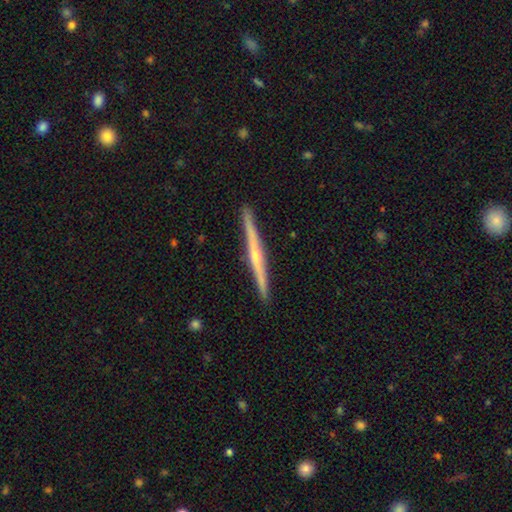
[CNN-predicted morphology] A featured or disk galaxy (78%) viewed edge-on (98%) with a rounded central bulge (79%). Merging: none (93%).